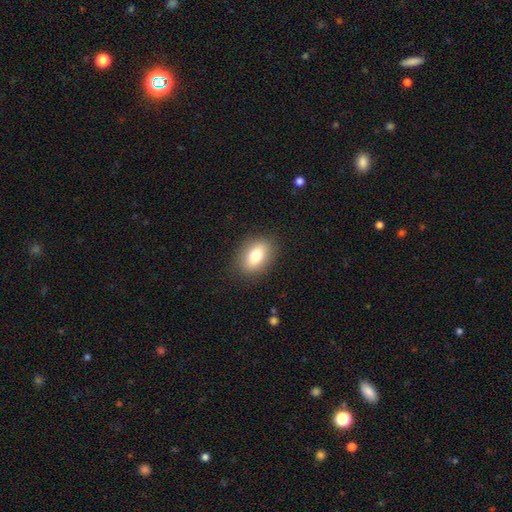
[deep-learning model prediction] Smooth or featured: smooth — 79% (featured or disk — 13%)
How rounded: in between — 81% (round — 17%)
Merging: none — 87% (minor disturbance — 9%)